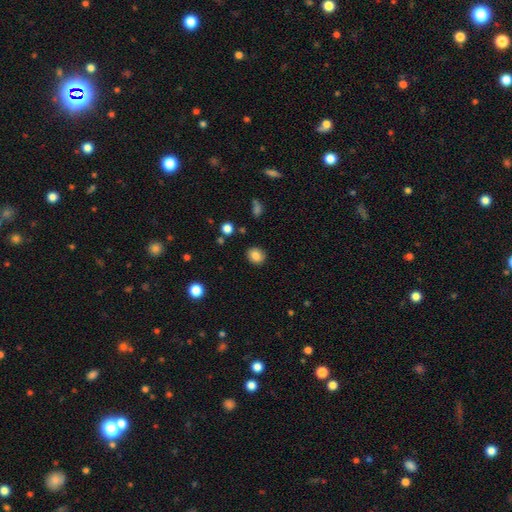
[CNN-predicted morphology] The model was most divided on "how rounded": round: 70%, in between: 29%, cigar-shaped: 1%. More confident: merging — none (89%); smooth or featured — smooth (83%).